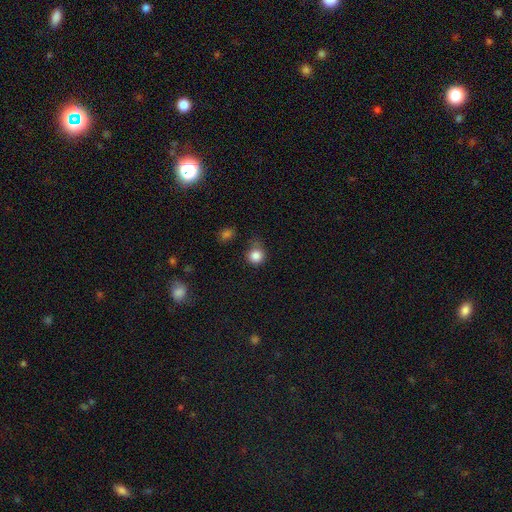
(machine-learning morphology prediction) Q: Smooth or featured?
A: smooth (85%); runner-up: star or artifact (11%)
Q: How rounded?
A: round (88%); runner-up: in between (11%)
Q: Merging?
A: none (61%); runner-up: minor disturbance (26%)